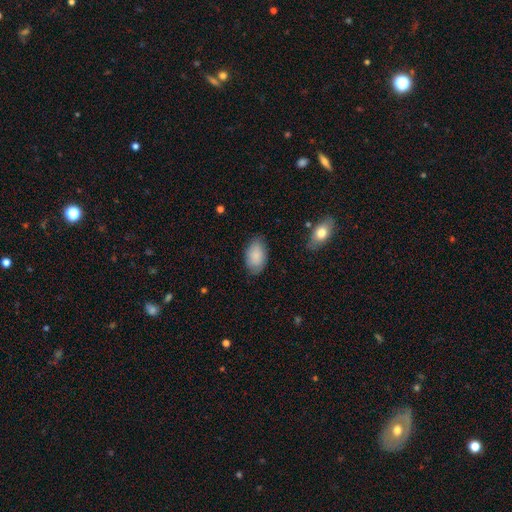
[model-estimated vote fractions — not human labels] The model was most divided on "merging": none: 78%, minor disturbance: 17%, major disturbance: 4%, merger: 1%. More confident: how rounded — in between (92%); smooth or featured — smooth (85%).